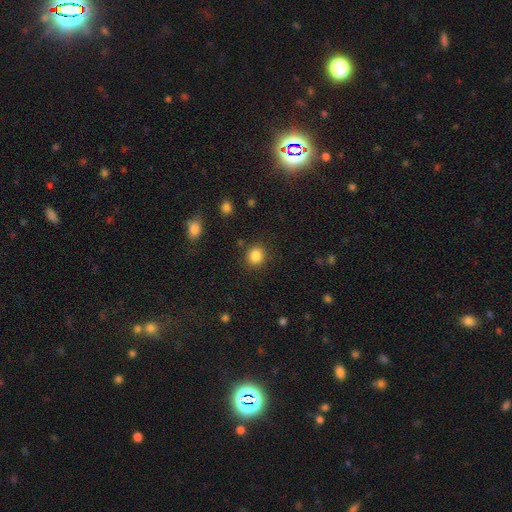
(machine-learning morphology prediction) Smooth or featured? Predicted: smooth (p=0.86). How rounded? Predicted: round (p=0.82). Merging? Predicted: none (p=0.87).